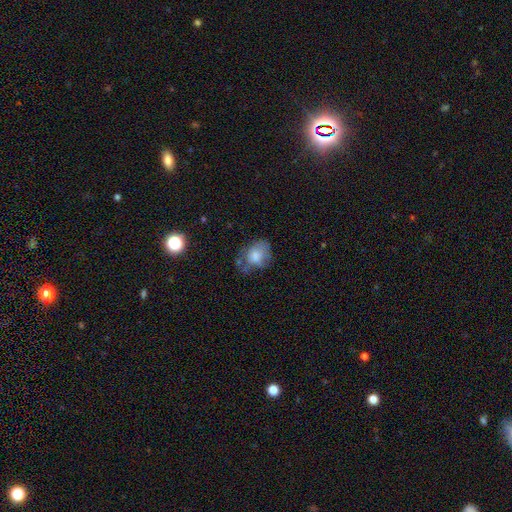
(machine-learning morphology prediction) Smooth or featured? smooth (70%)
How rounded? in between (64%)
Merging? none (38%)